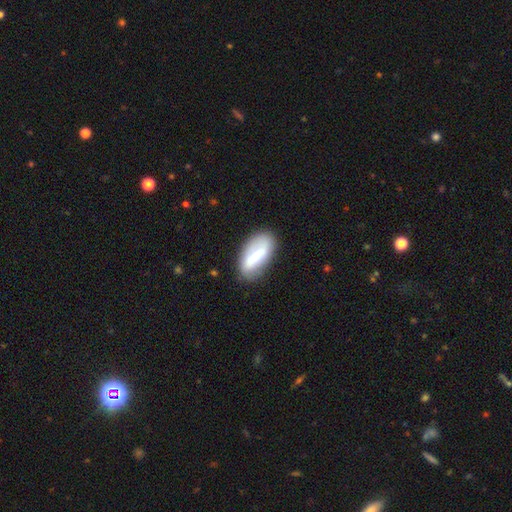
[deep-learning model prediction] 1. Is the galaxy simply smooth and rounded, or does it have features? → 54% smooth, 39% featured or disk, 7% star or artifact.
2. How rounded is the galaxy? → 83% in between, 14% cigar-shaped, 3% round.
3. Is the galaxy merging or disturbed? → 80% none, 14% minor disturbance, 4% major disturbance, 2% merger.